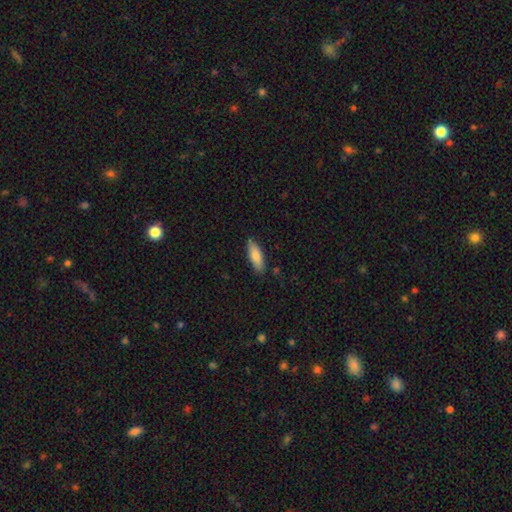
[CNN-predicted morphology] A smooth galaxy with no disk features (82%) that is in between round and cigar-shaped (59%).

Vote fractions:
- Smooth or featured? smooth: 82% / featured or disk: 13% / star or artifact: 6%
- How rounded? in between: 59% / cigar-shaped: 39% / round: 2%
- Merging? none: 85% / minor disturbance: 11% / major disturbance: 2% / merger: 1%